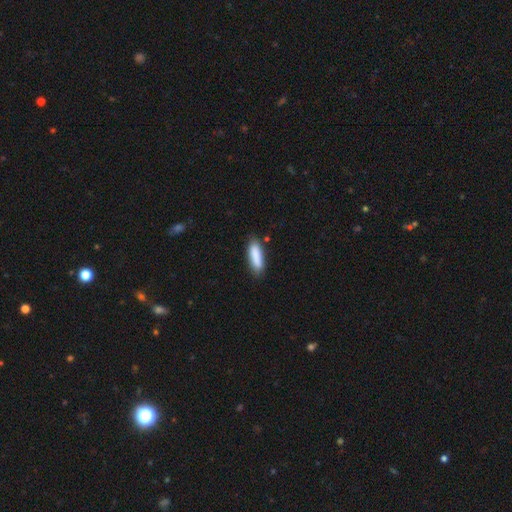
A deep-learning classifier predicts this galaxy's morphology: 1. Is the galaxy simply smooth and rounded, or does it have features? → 87% smooth, 7% featured or disk, 6% star or artifact.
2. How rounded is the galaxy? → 54% cigar-shaped, 44% in between, 2% round.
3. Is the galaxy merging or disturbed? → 79% none, 16% minor disturbance, 3% major disturbance, 2% merger.